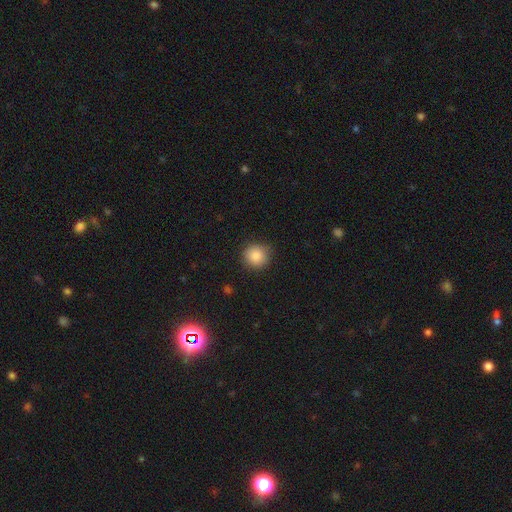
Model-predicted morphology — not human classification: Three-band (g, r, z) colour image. It shows a smooth galaxy with no disk features (85%) that is round (93%). Merging: none (88%).